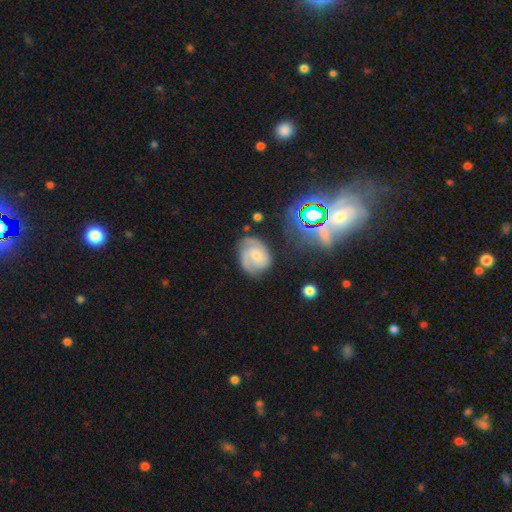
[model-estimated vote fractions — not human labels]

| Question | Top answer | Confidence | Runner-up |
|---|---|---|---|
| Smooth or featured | featured or disk | 64% | smooth (27%) |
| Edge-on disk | no | 97% | yes (3%) |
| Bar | no | 61% | weak (33%) |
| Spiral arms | yes | 90% | no (10%) |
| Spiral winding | tight | 46% | medium (40%) |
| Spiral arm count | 2 | 45% | can't tell (23%) |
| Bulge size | small | 57% | moderate (33%) |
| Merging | none | 62% | minor disturbance (24%) |